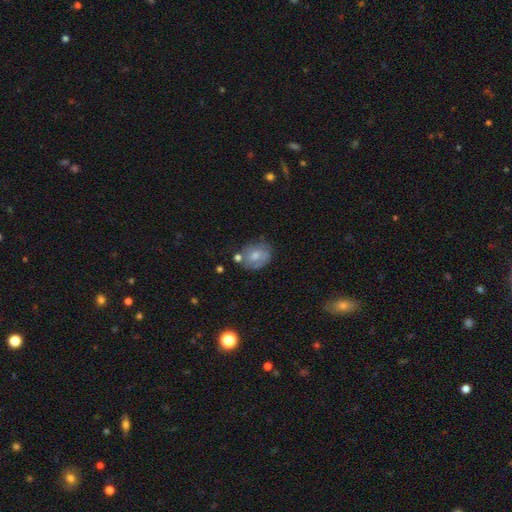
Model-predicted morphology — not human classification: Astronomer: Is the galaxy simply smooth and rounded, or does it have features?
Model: smooth — 56% (runner-up: featured or disk, 35%).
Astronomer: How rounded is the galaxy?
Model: in between — 51% (runner-up: round, 48%).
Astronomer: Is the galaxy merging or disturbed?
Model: none — 54%.